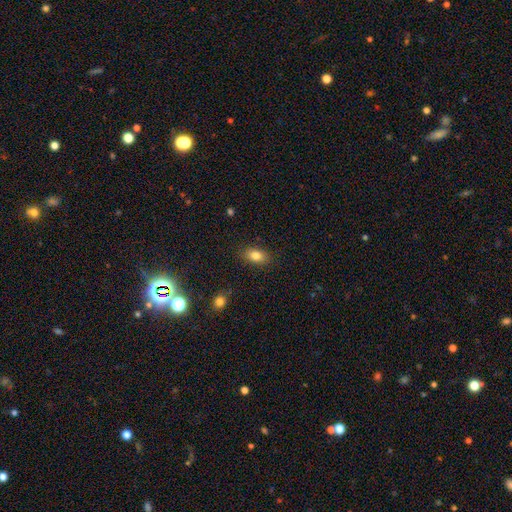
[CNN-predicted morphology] Overall: smooth (82%). How rounded: in between (85%). Merging: none (86%).